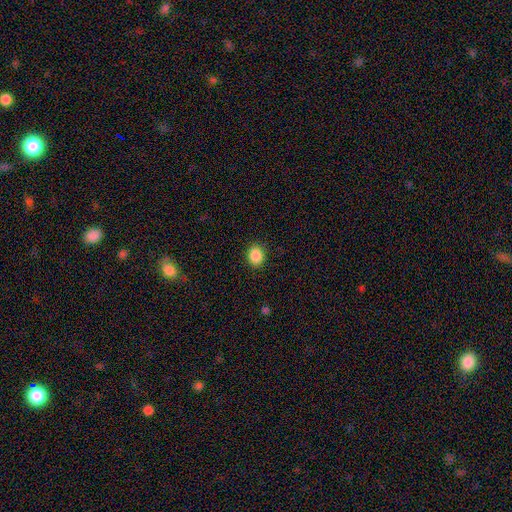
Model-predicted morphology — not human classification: This is clearly a smooth galaxy (88%). How rounded: possibly in between (57%). Merging: clearly none (89%).